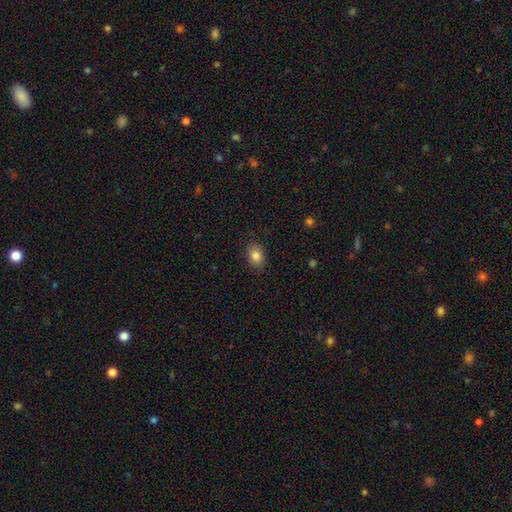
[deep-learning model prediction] This appears to be a smooth galaxy with no disk features (84%) that is in between round and cigar-shaped (72%). Merging: none (86%).